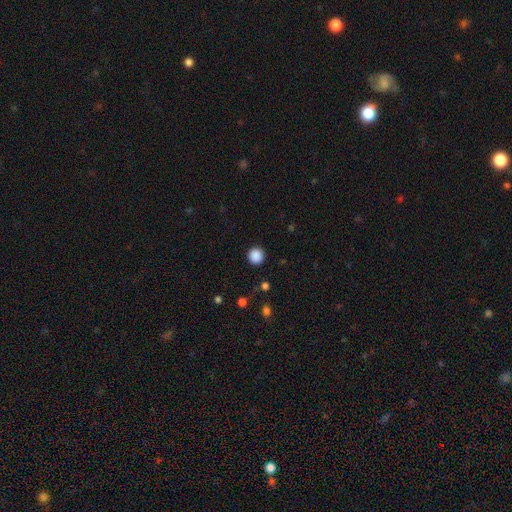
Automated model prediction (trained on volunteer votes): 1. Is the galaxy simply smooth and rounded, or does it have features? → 88% smooth, 10% star or artifact, 3% featured or disk.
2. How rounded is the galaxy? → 95% round, 4% in between, 1% cigar-shaped.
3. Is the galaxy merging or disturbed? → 91% none, 5% minor disturbance, 2% major disturbance, 1% merger.